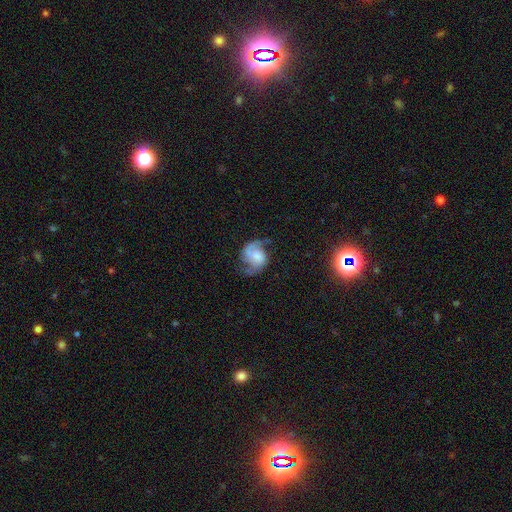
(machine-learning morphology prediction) Smooth or featured? featured or disk (75%)
Edge-on disk? no (98%)
Bar? no (55%)
Spiral arms? yes (93%)
Spiral winding? medium (45%)
Spiral arm count? 2 (85%)
Bulge size? moderate (27%)
Merging? none (57%)